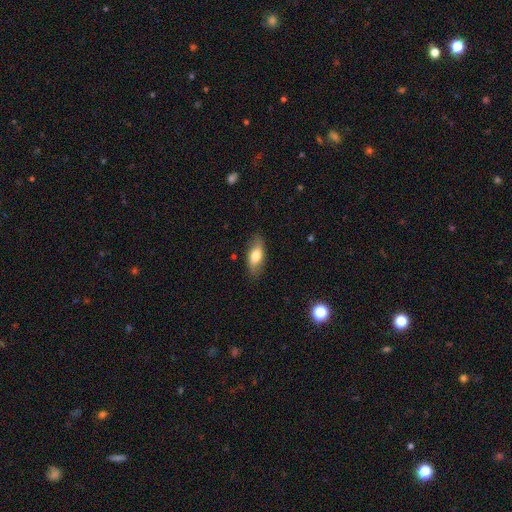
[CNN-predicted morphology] Overall: smooth (71%). How rounded: in between (81%). Merging: none (83%).